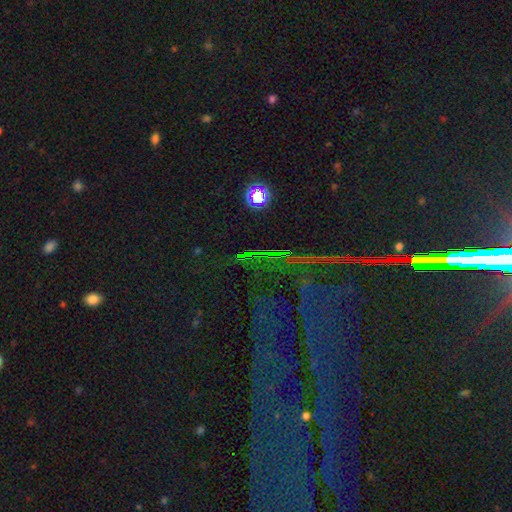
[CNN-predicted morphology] Smooth or featured?
  - star or artifact: 82% *
  - smooth: 10%
  - featured or disk: 8%